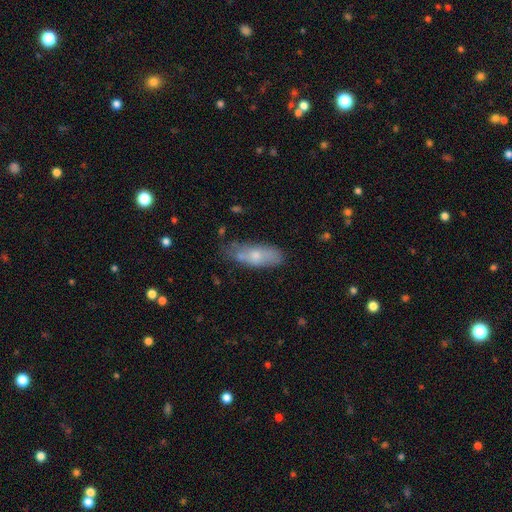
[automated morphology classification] Smooth or featured? smooth (64%)
How rounded? in between (69%)
Merging? none (52%)